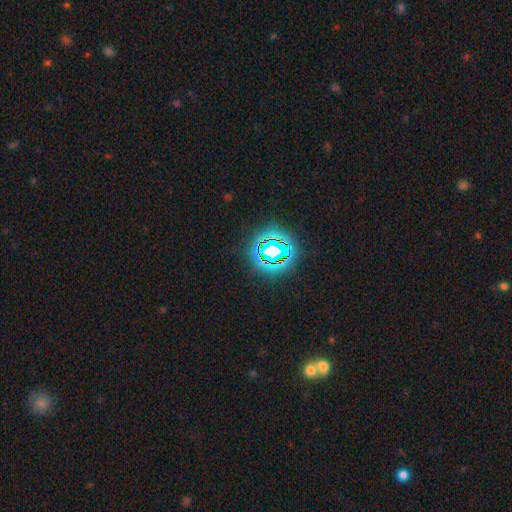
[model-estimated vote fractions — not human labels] smooth-or-featured: star or artifact: 79% | smooth: 15% | featured or disk: 6%